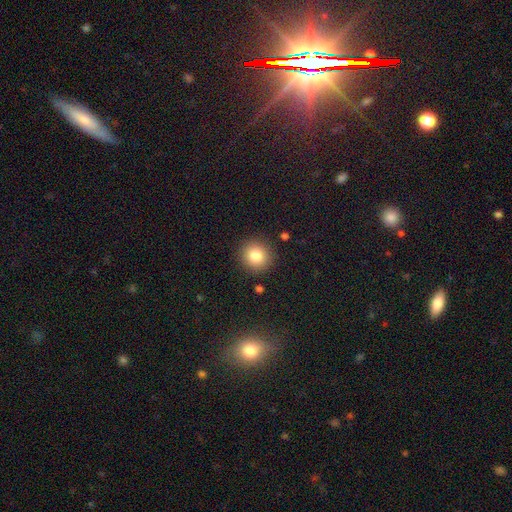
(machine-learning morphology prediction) Smooth or featured?
  - smooth: 82% *
  - star or artifact: 10%
  - featured or disk: 8%
How rounded?
  - round: 93% *
  - in between: 6%
  - cigar-shaped: 1%
Merging?
  - none: 90% *
  - minor disturbance: 6%
  - major disturbance: 2%
  - merger: 2%